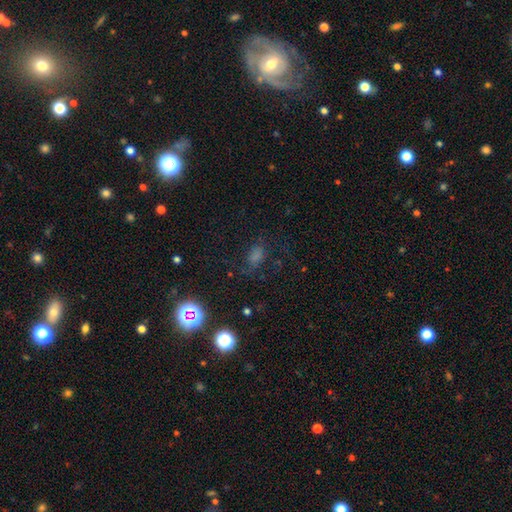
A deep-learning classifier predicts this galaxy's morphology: type=smooth (42%); merging=none (66%).